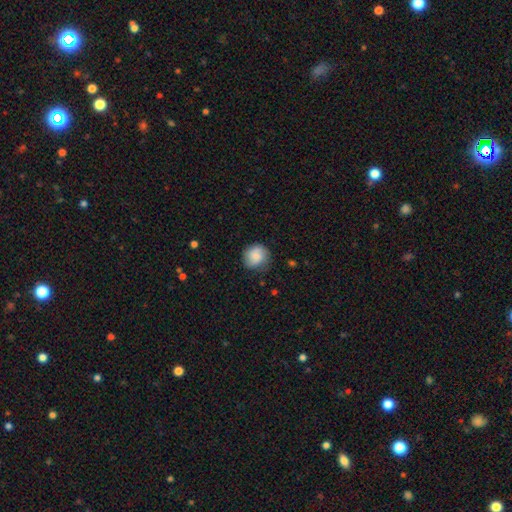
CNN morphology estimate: Smooth or featured? smooth (78%)
How rounded? round (86%)
Merging? none (75%)